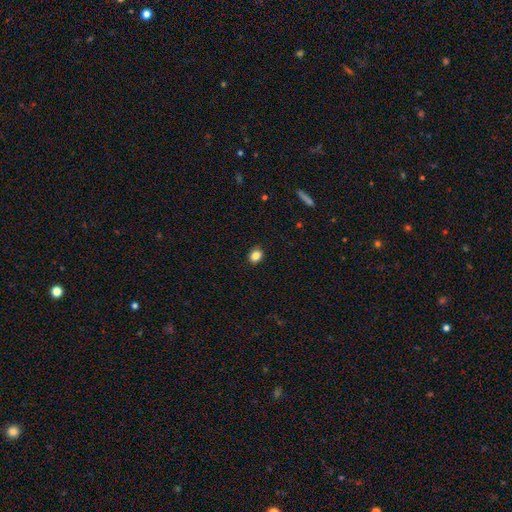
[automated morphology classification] This appears to be a smooth galaxy with no disk features (84%) that is round (53%). Merging: none (89%).